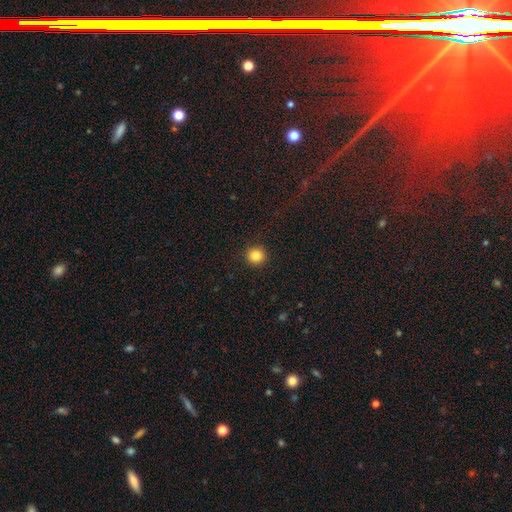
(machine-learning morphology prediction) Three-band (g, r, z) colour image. It shows a smooth galaxy with no disk features (85%) that is round (95%). Merging: none (93%).